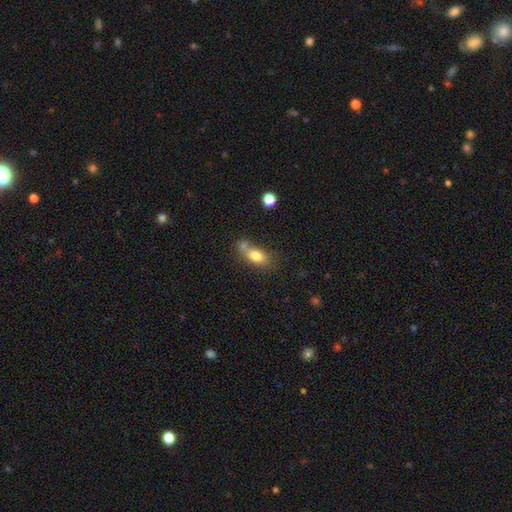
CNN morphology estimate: smooth 77%, featured or disk 14%, star or artifact 9%. Down the decision tree: how rounded — in between (81%); merging — none (40%).